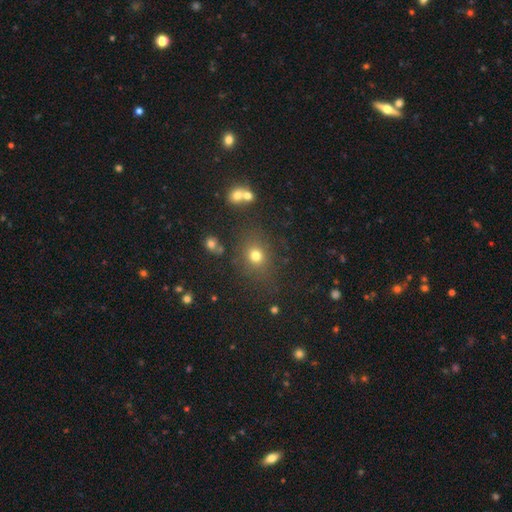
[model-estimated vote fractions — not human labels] Smooth or featured: smooth — 73% (star or artifact — 19%)
How rounded: round — 72% (in between — 27%)
Merging: none — 77% (minor disturbance — 12%)